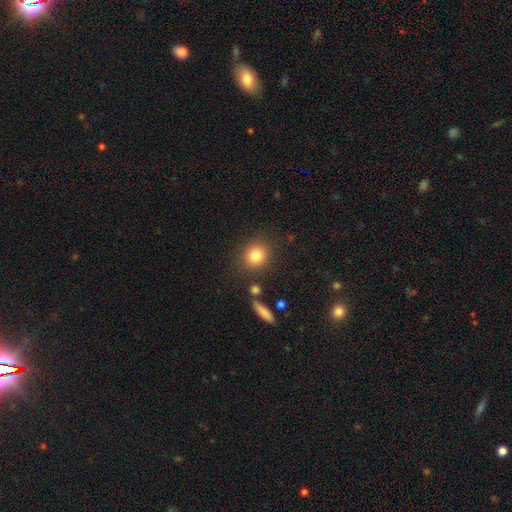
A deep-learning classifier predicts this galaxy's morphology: Smooth or featured?
  - smooth: 83% *
  - star or artifact: 10%
  - featured or disk: 7%
How rounded?
  - round: 82% *
  - in between: 16%
  - cigar-shaped: 1%
Merging?
  - none: 84% *
  - minor disturbance: 8%
  - merger: 4%
  - major disturbance: 3%